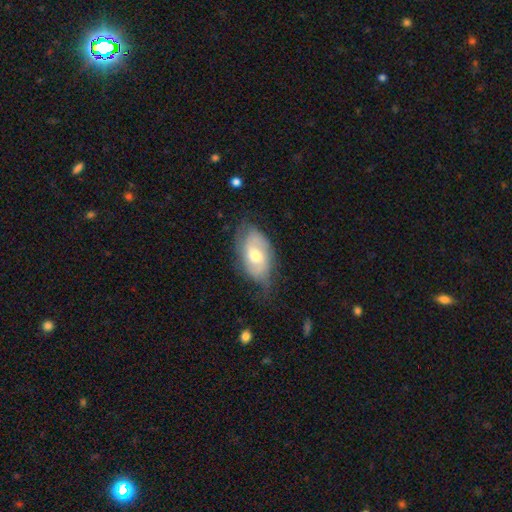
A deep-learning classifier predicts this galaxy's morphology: A featured or disk galaxy (57%) with no bar (56%), spiral arms (76%) and a moderate central bulge (70%).

Vote fractions:
- Smooth or featured? featured or disk: 57% / smooth: 36% / star or artifact: 7%
- Edge-on disk? no: 92% / yes: 8%
- Bar? no: 56% / weak: 36% / strong: 8%
- Spiral arms? yes: 76% / no: 24%
- Bulge size? moderate: 70% / small: 21% / large: 7% / none: 1% / dominant: 1%
- Merging? none: 61% / minor disturbance: 29% / major disturbance: 9% / merger: 1%